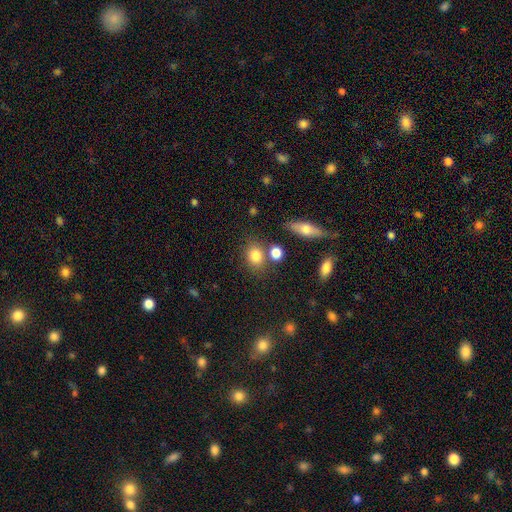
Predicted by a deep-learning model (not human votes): Overall: smooth (81%). How rounded: round (51%; in between 46%). Merging: none (67%).